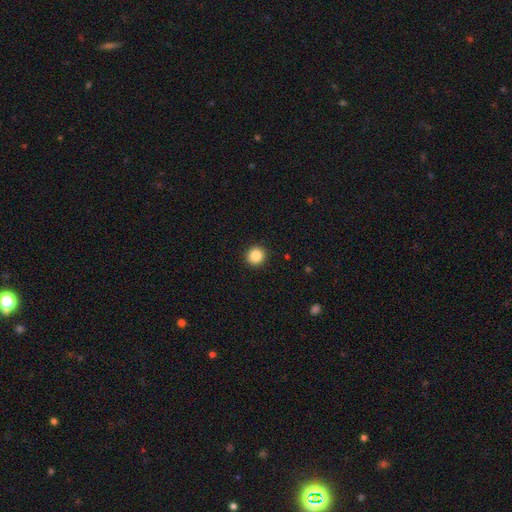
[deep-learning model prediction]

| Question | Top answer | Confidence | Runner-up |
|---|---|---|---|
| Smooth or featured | smooth | 86% | star or artifact (10%) |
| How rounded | round | 93% | in between (6%) |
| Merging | none | 92% | minor disturbance (5%) |